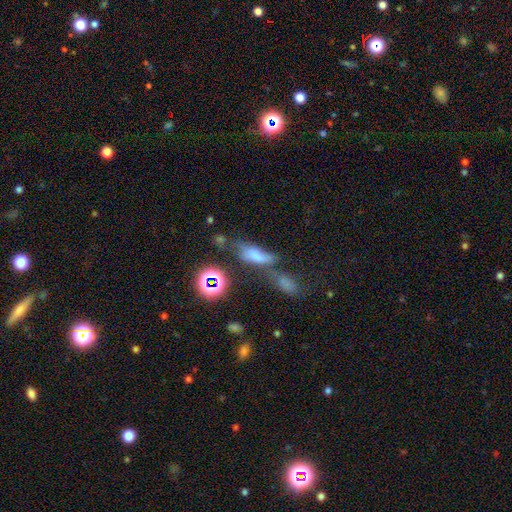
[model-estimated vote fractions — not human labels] This is likely a smooth galaxy (63%). How rounded: likely in between (67%). Merging: marginally merger (35%).